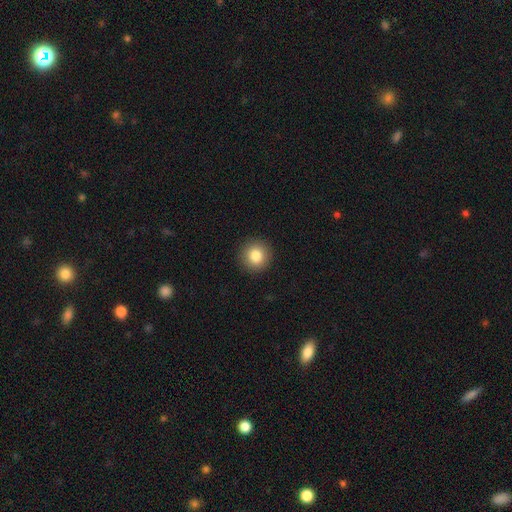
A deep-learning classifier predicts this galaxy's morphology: smooth_or_featured: smooth (p=0.84) [alt: star or artifact p=0.09]
how_rounded: round (p=0.94) [alt: in between p=0.05]
merging: none (p=0.92) [alt: minor disturbance p=0.05]